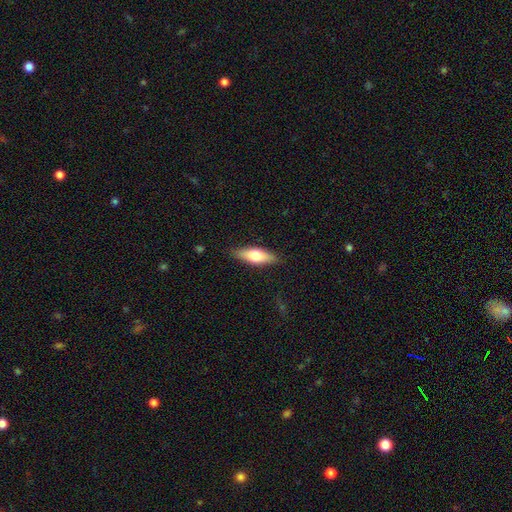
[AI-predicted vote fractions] Overall: smooth (63%; featured or disk 31%). How rounded: in between (61%; cigar-shaped 37%). Merging: none (85%).